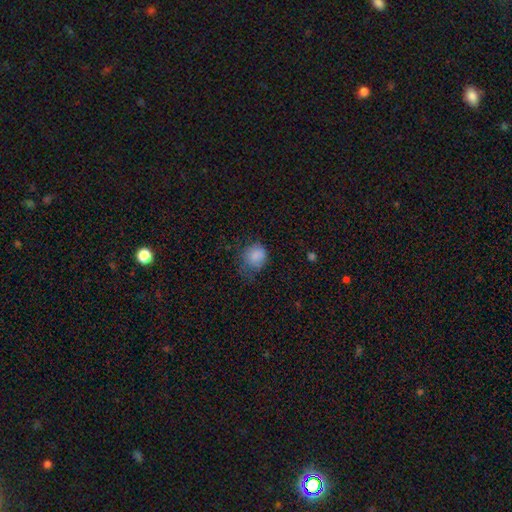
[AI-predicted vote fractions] Smooth or featured?
  - smooth: 83% *
  - star or artifact: 10%
  - featured or disk: 8%
How rounded?
  - round: 67% *
  - in between: 32%
  - cigar-shaped: 1%
Merging?
  - none: 44% *
  - minor disturbance: 33%
  - major disturbance: 21%
  - merger: 2%